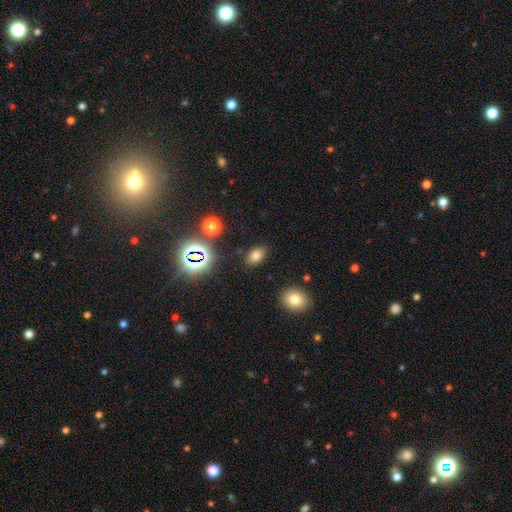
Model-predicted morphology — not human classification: type=smooth (73%); roundness=in between (82%); merging=none (85%).